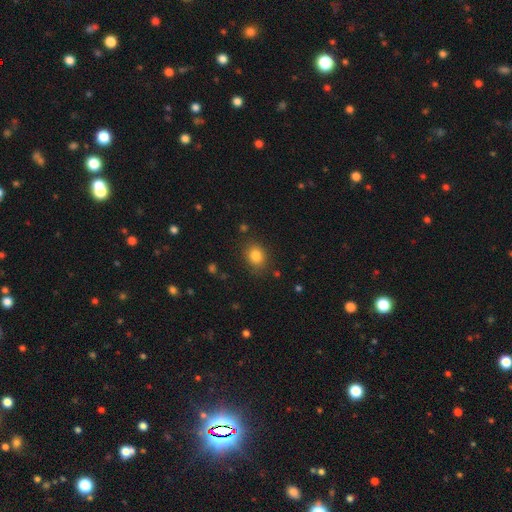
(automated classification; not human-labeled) Overall: smooth (83%). How rounded: round (52%; in between 47%). Merging: none (82%).